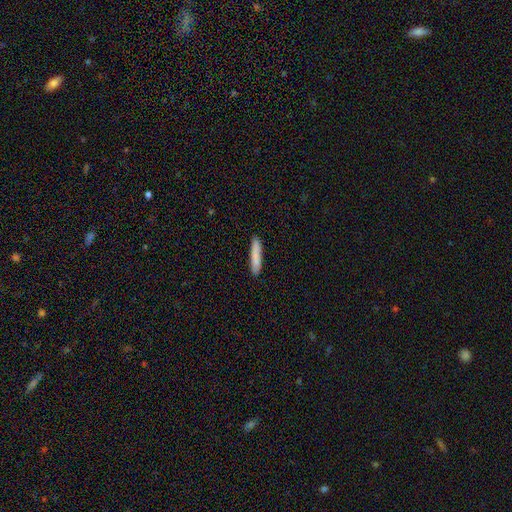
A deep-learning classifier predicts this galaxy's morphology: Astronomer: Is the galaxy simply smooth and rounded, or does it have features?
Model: smooth — 84%.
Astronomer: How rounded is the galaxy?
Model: cigar-shaped — 90%.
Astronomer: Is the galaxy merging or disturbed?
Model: none — 90%.